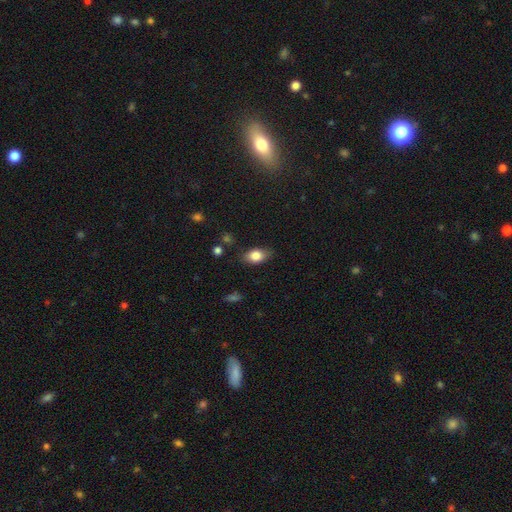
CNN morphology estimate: smooth_or_featured: smooth (p=0.81) [alt: featured or disk p=0.11]
how_rounded: in between (p=0.82) [alt: round p=0.15]
merging: none (p=0.79) [alt: minor disturbance p=0.16]